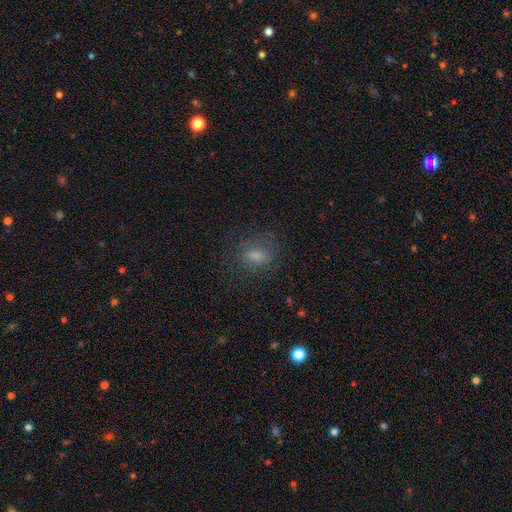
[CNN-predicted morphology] Q: Smooth or featured?
A: smooth (60%); runner-up: star or artifact (20%)
Q: How rounded?
A: in between (62%); runner-up: round (35%)
Q: Merging?
A: none (71%); runner-up: minor disturbance (17%)